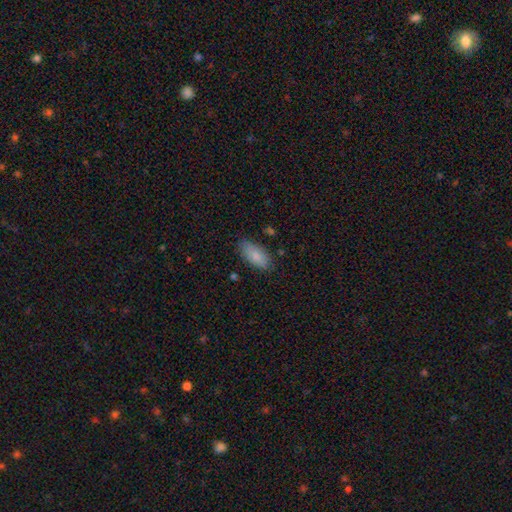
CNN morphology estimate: Overall: smooth (85%). How rounded: in between (89%). Merging: none (79%).